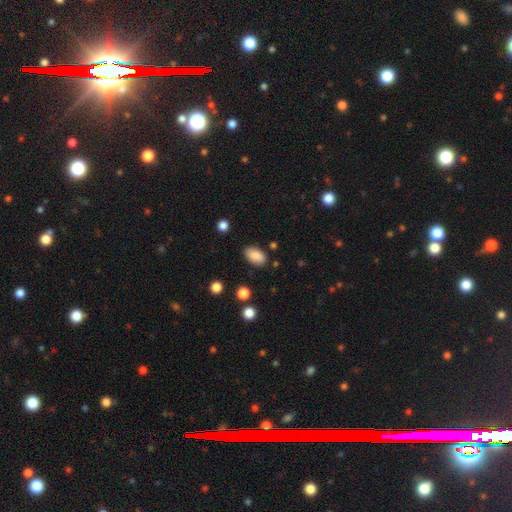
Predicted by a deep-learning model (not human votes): Overall: smooth (88%). How rounded: in between (92%). Merging: none (84%).